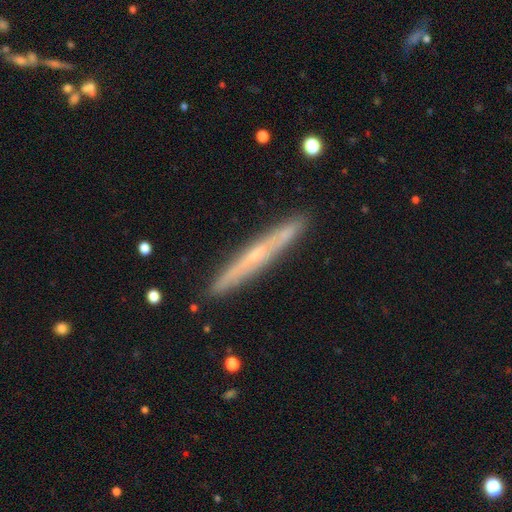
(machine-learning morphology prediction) The model was most divided on "edge-on bulge": none: 54%, rounded: 42%, boxy: 4%. More confident: edge-on disk — yes (94%); merging — none (90%); smooth or featured — featured or disk (62%).